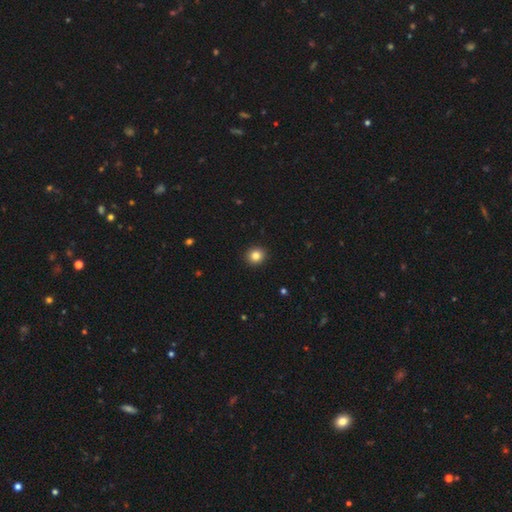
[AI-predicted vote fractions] smooth_or_featured: smooth (p=0.84) [alt: star or artifact p=0.11]
how_rounded: round (p=0.88) [alt: in between p=0.11]
merging: none (p=0.93) [alt: minor disturbance p=0.05]